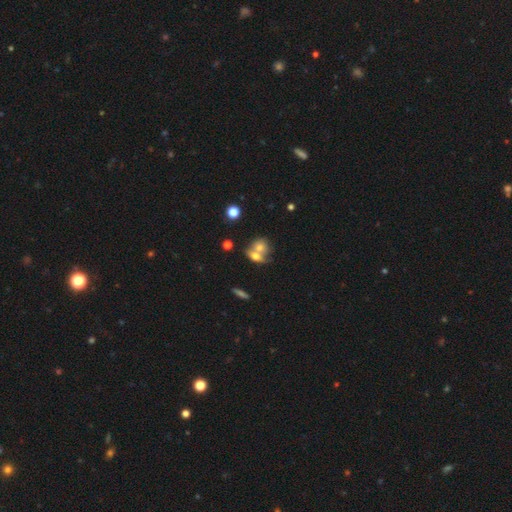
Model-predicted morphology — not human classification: The model was most divided on "how rounded": round: 49%, in between: 46%, cigar-shaped: 5%. More confident: merging — merger (65%); smooth or featured — smooth (63%).